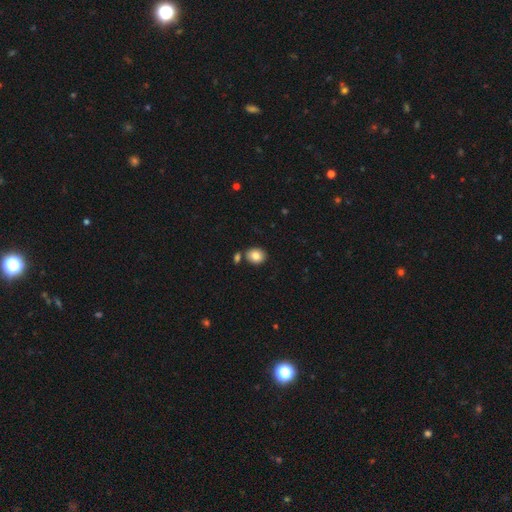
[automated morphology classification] Smooth or featured: smooth — 83% (star or artifact — 9%)
How rounded: round — 56% (in between — 44%)
Merging: none — 75% (merger — 12%)